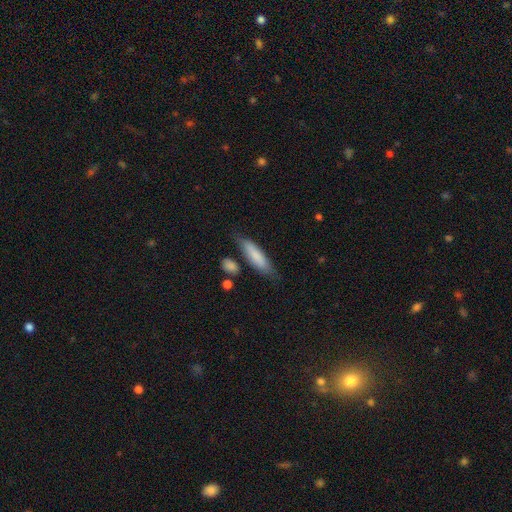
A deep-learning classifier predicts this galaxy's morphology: smooth_or_featured: smooth (p=0.78) [alt: featured or disk p=0.16]
how_rounded: cigar-shaped (p=0.69) [alt: in between p=0.29]
merging: none (p=0.72) [alt: minor disturbance p=0.18]